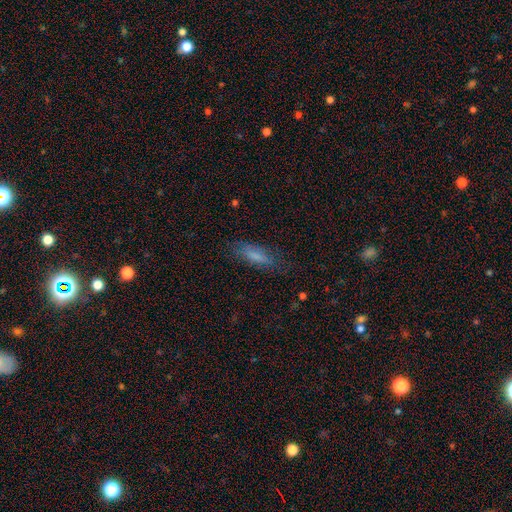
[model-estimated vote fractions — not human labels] smooth_or_featured: smooth (p=0.72) [alt: featured or disk p=0.20]
how_rounded: in between (p=0.50) [alt: cigar-shaped p=0.48]
merging: none (p=0.74) [alt: minor disturbance p=0.18]